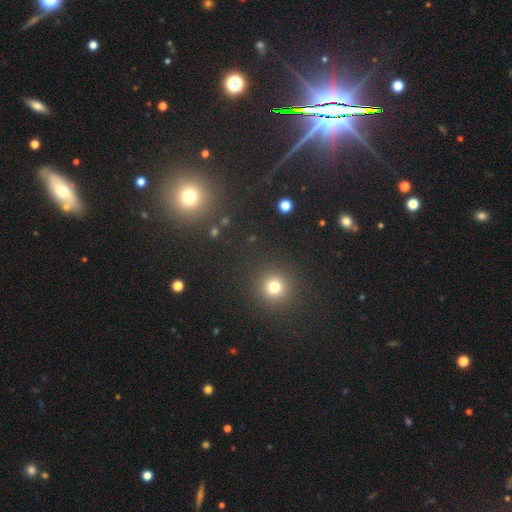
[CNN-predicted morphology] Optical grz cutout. It shows a star or artifact, not a galaxy (48%).